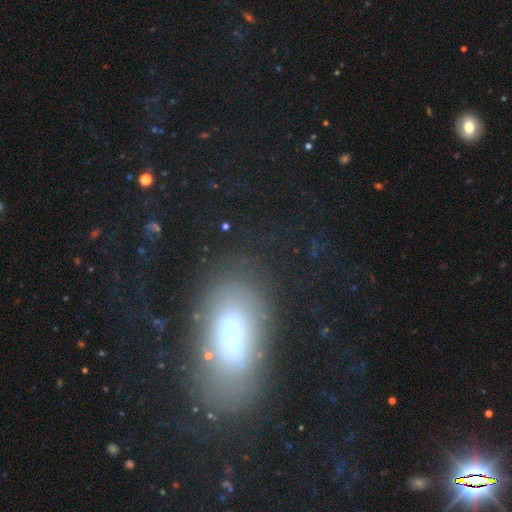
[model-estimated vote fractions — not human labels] The model was most divided on "smooth or featured": smooth: 45%, featured or disk: 37%, star or artifact: 17%. More confident: merging — none (65%).